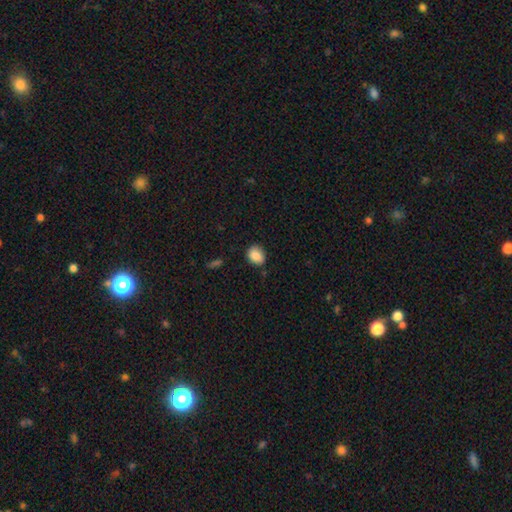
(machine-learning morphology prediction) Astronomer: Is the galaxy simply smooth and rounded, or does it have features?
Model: smooth — 86%.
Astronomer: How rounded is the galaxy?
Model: round — 53% (runner-up: in between, 46%).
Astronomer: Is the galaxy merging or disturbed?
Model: none — 80%.